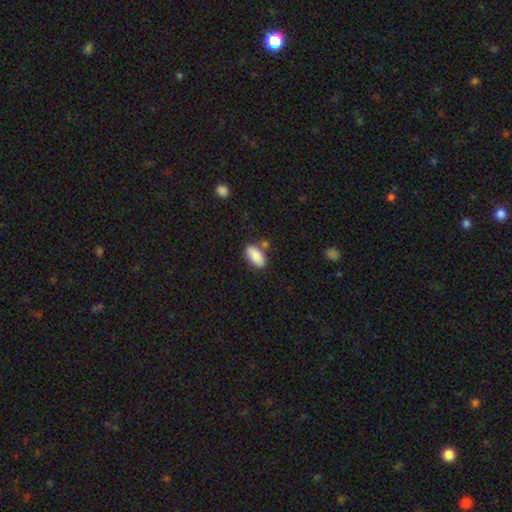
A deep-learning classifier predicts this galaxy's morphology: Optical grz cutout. It shows a smooth galaxy with no disk features (85%) that is in between round and cigar-shaped (91%). Merging: none (74%).